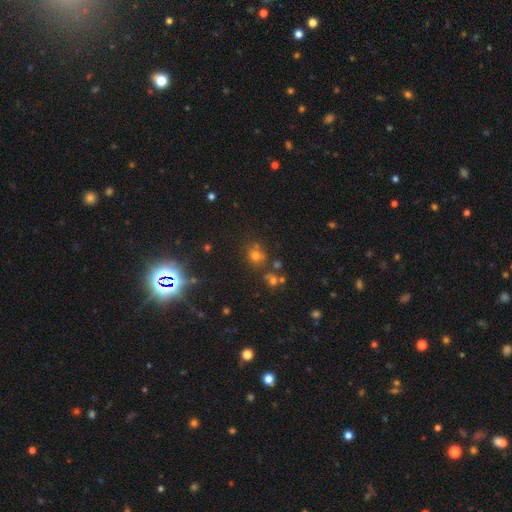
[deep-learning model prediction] This is possibly a smooth galaxy (51%). How rounded: clearly round (83%). Merging: likely none (68%).